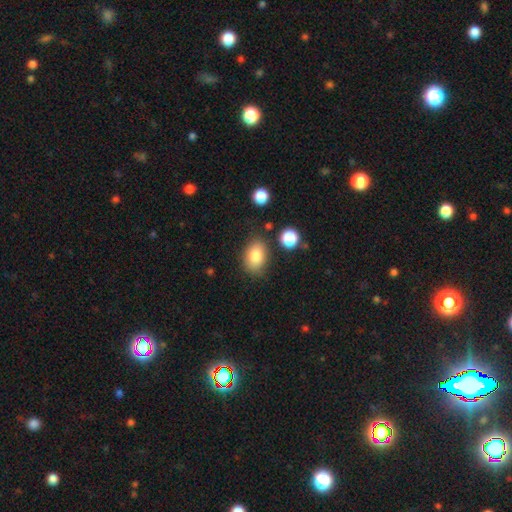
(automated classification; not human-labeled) Overall: smooth (83%). How rounded: in between (82%). Merging: none (78%).